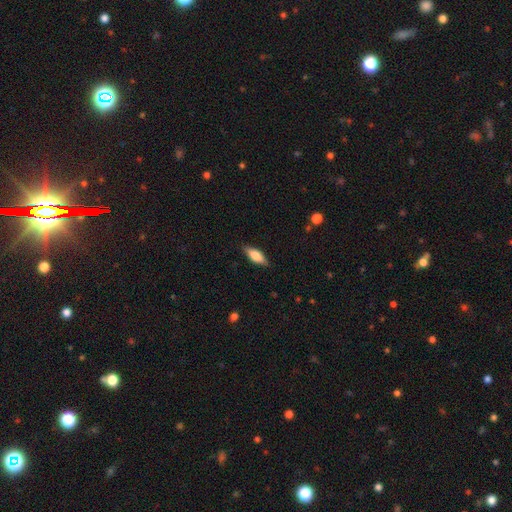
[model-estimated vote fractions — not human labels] smooth_or_featured: smooth (p=0.71) [alt: featured or disk p=0.23]
how_rounded: in between (p=0.68) [alt: cigar-shaped p=0.29]
merging: none (p=0.84) [alt: minor disturbance p=0.13]